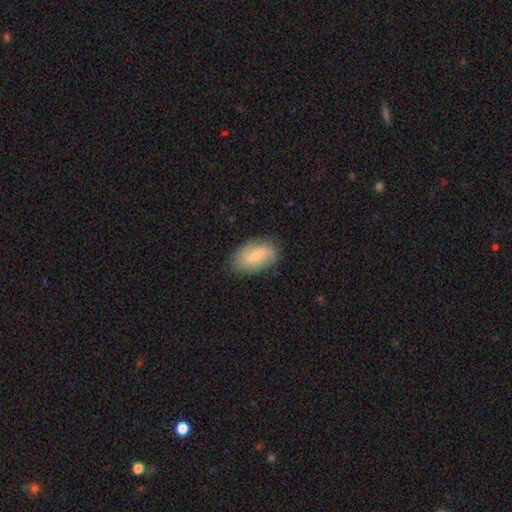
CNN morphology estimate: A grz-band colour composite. It shows a smooth galaxy with no disk features (62%) that is in between round and cigar-shaped (92%). Merging: none (79%).